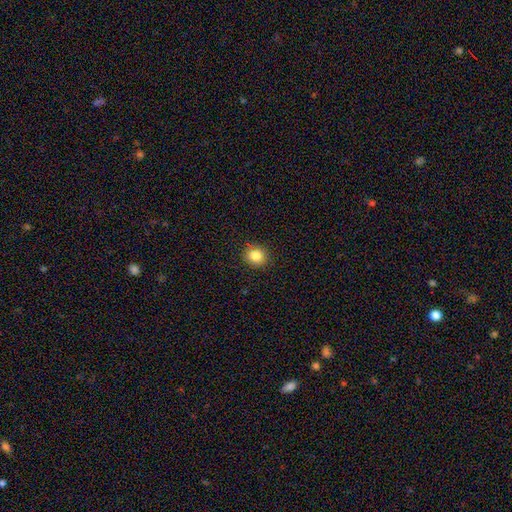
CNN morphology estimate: A smooth galaxy with no disk features (83%) that is round (81%). Merging: none (87%).